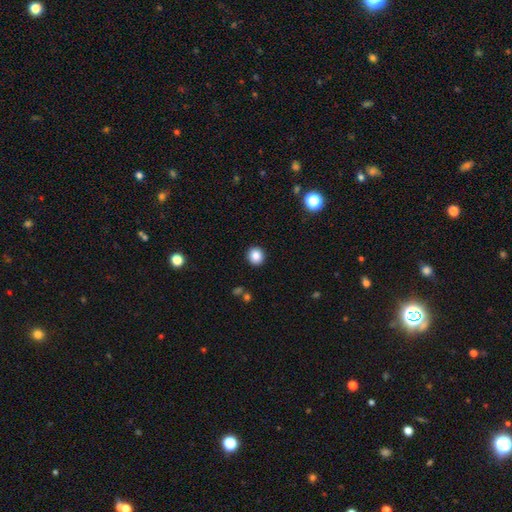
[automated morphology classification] Smooth or featured: smooth — 86% (star or artifact — 10%)
How rounded: round — 87% (in between — 12%)
Merging: none — 92% (minor disturbance — 5%)